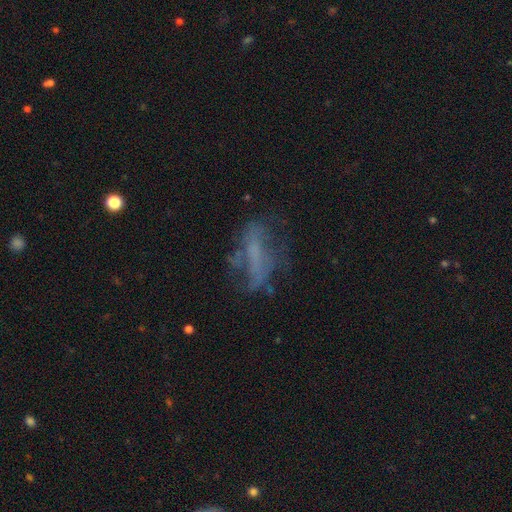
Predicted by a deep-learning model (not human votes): Smooth or featured? featured or disk (50%)
Edge-on disk? no (84%)
Merging? none (45%)